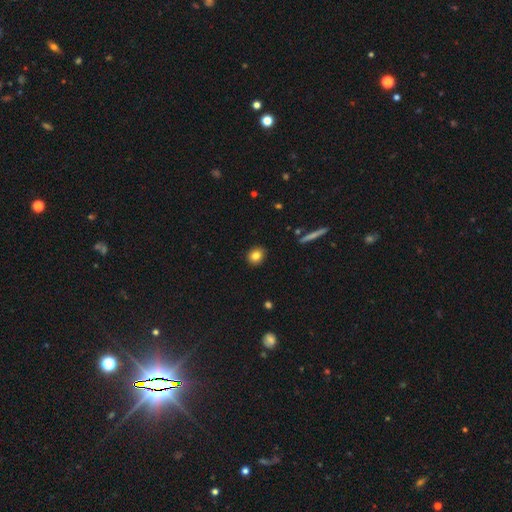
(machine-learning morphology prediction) The model was most divided on "how rounded": round: 75%, in between: 23%, cigar-shaped: 2%. More confident: merging — none (91%); smooth or featured — smooth (81%).